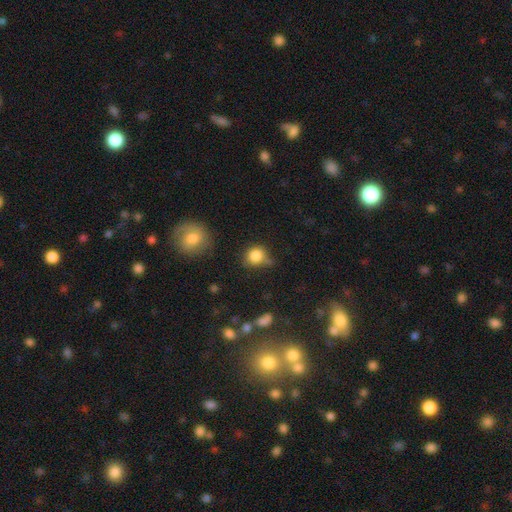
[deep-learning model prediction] Smooth or featured? smooth (83%)
How rounded? round (78%)
Merging? none (58%)